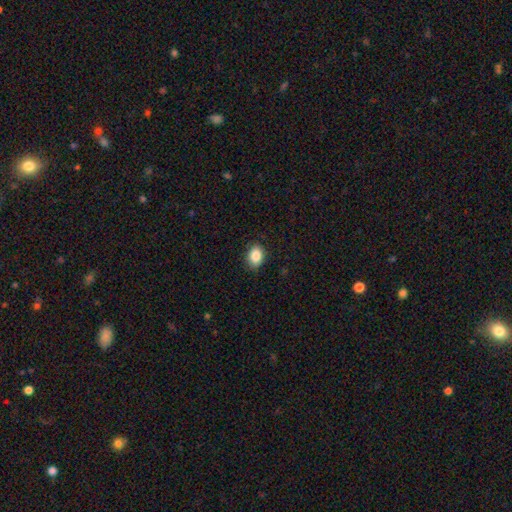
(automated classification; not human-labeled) Smooth or featured: smooth — 87% (star or artifact — 8%)
How rounded: in between — 76% (round — 23%)
Merging: none — 85% (minor disturbance — 12%)